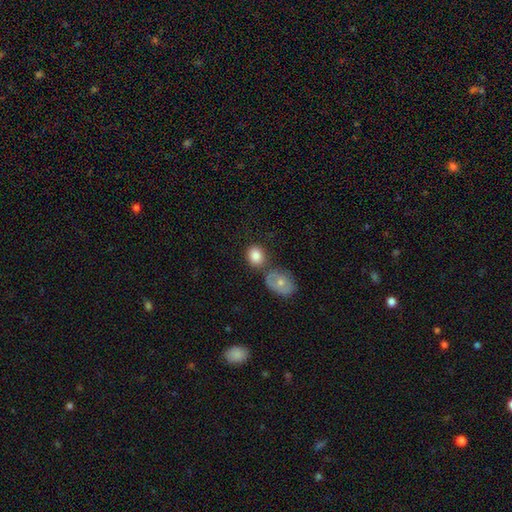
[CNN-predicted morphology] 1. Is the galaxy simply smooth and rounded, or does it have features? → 83% smooth, 9% featured or disk, 8% star or artifact.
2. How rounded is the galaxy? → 56% round, 43% in between, 1% cigar-shaped.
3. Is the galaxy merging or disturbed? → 58% none, 23% merger, 14% minor disturbance, 5% major disturbance.